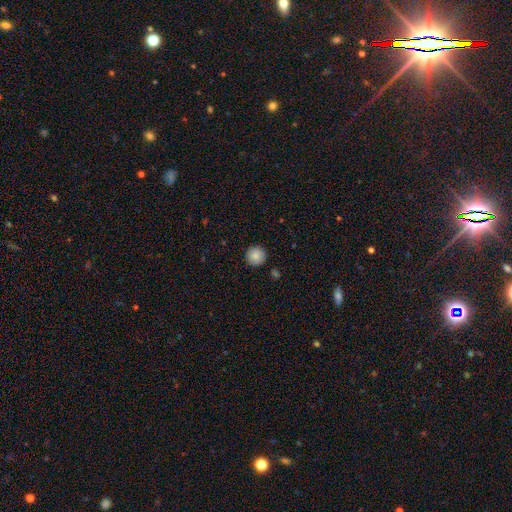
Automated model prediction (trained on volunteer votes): The model was most divided on "smooth or featured": smooth: 87%, star or artifact: 8%, featured or disk: 5%. More confident: how rounded — round (96%); merging — none (91%).